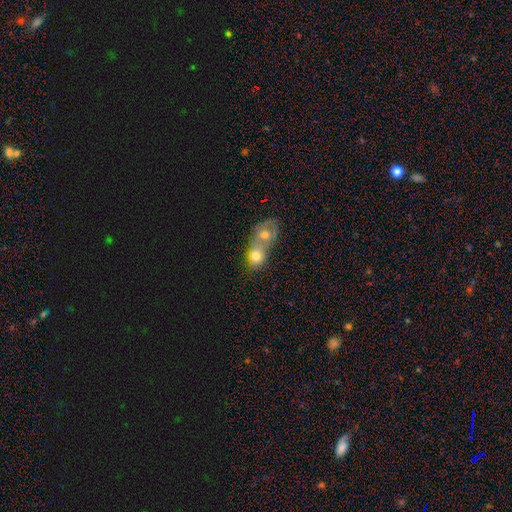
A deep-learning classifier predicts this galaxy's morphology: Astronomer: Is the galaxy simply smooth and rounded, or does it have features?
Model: smooth — 67%.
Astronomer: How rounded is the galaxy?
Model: in between — 49%, tied with round at 49%.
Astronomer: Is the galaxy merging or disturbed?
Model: merger — 75%.